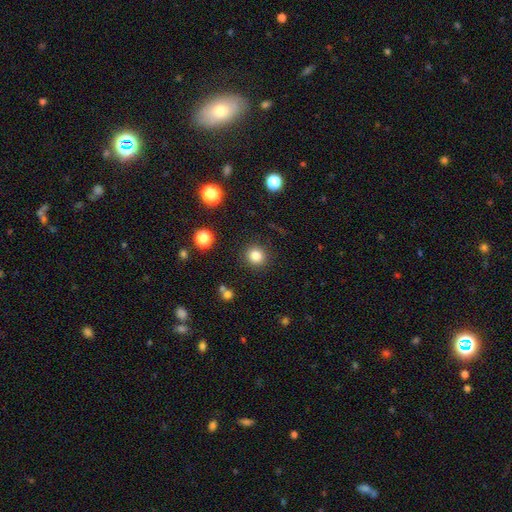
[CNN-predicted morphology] A smooth galaxy with no disk features (83%) that is round (91%). Merging: none (89%).